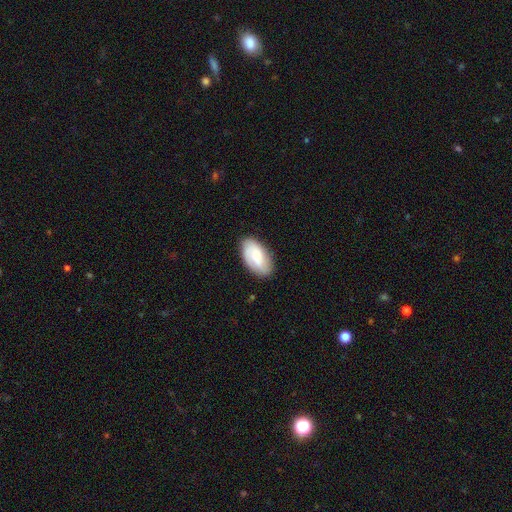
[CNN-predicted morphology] A smooth galaxy with no disk features (60%) that is in between round and cigar-shaped (94%).

Vote fractions:
- Smooth or featured? smooth: 60% / featured or disk: 33% / star or artifact: 7%
- How rounded? in between: 94% / round: 4% / cigar-shaped: 2%
- Merging? none: 80% / minor disturbance: 15% / major disturbance: 3% / merger: 1%